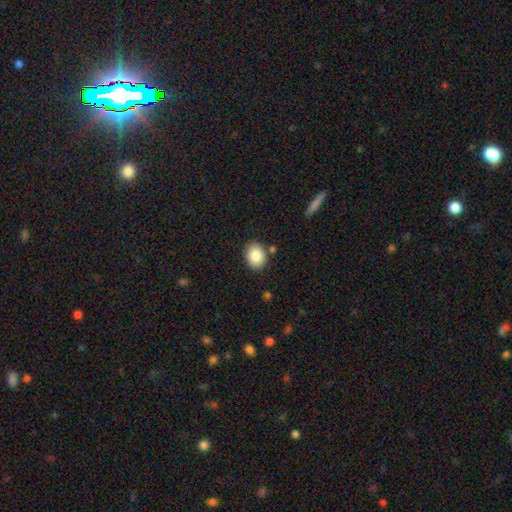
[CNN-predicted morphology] Smooth or featured?
  - smooth: 84% *
  - star or artifact: 8%
  - featured or disk: 7%
How rounded?
  - round: 52% *
  - in between: 47%
  - cigar-shaped: 1%
Merging?
  - none: 84% *
  - minor disturbance: 9%
  - merger: 4%
  - major disturbance: 2%